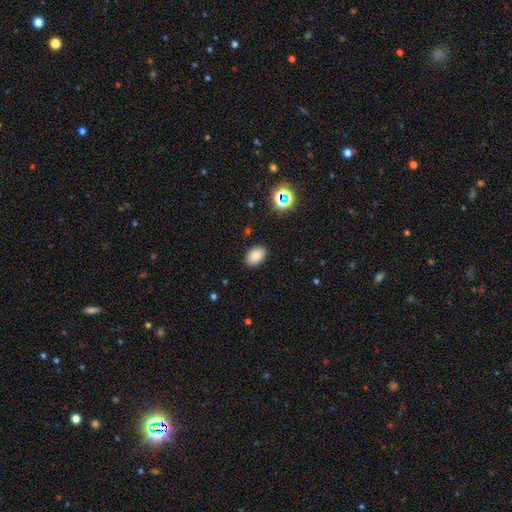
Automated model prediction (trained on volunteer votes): A smooth galaxy with no disk features (84%) that is in between round and cigar-shaped (84%).

Vote fractions:
- Smooth or featured? smooth: 84% / star or artifact: 11% / featured or disk: 5%
- How rounded? in between: 84% / round: 15% / cigar-shaped: 1%
- Merging? none: 88% / minor disturbance: 9% / major disturbance: 3% / merger: 1%